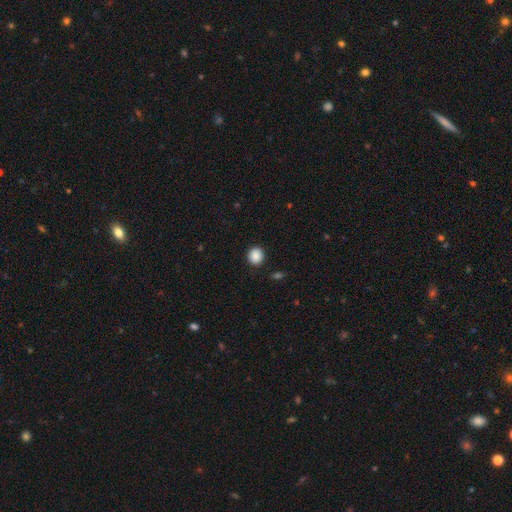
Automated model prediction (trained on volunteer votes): Smooth or featured? smooth (87%)
How rounded? round (84%)
Merging? none (90%)